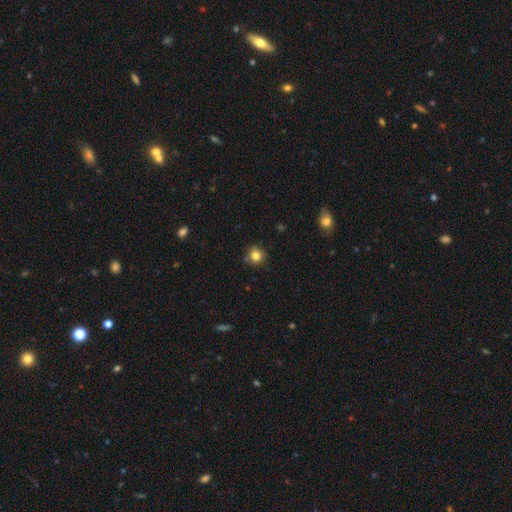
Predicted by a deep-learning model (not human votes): Q: Smooth or featured?
A: smooth (82%); runner-up: star or artifact (12%)
Q: How rounded?
A: round (90%); runner-up: in between (9%)
Q: Merging?
A: none (83%); runner-up: minor disturbance (11%)